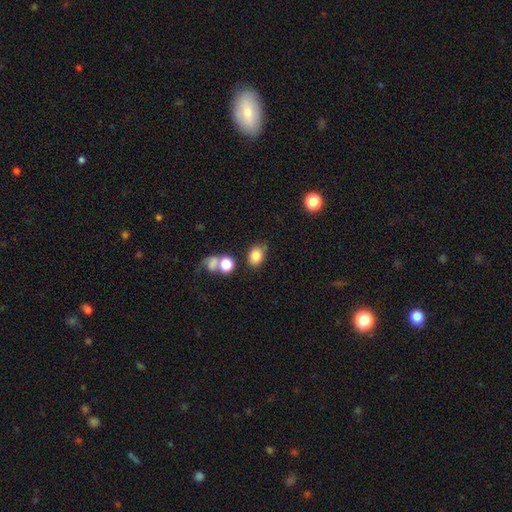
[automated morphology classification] Smooth or featured? smooth (83%)
How rounded? in between (67%)
Merging? none (60%)